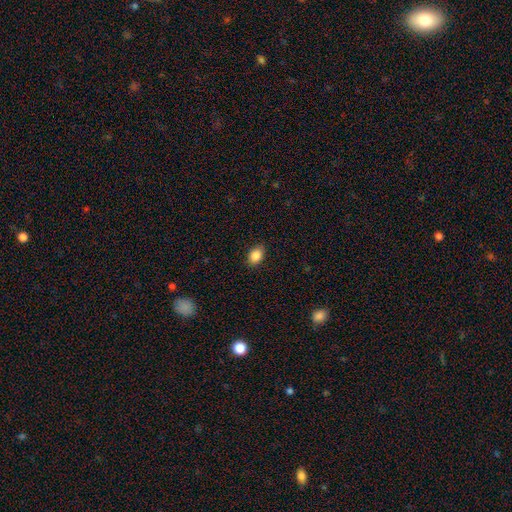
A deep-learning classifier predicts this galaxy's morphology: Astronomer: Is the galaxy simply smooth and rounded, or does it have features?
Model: smooth — 87%.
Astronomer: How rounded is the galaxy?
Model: in between — 82%.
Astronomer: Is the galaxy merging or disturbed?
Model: none — 87%.